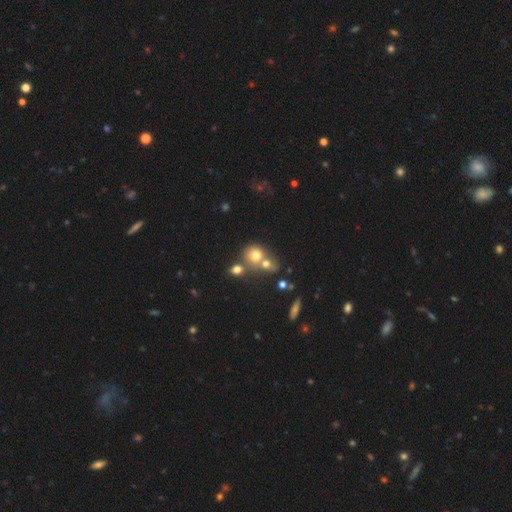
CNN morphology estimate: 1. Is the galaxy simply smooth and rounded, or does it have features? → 71% smooth, 15% star or artifact, 14% featured or disk.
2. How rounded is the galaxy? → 79% round, 20% in between, 1% cigar-shaped.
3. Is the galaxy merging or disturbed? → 50% merger, 39% none, 8% minor disturbance, 4% major disturbance.